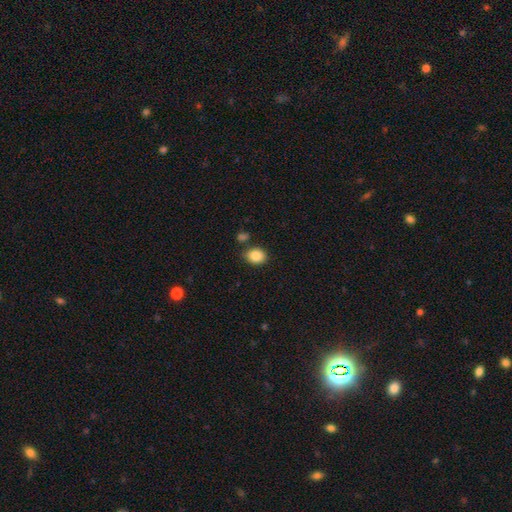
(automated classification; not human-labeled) smooth 87%, star or artifact 9%, featured or disk 4%. Down the decision tree: how rounded — round (50%); merging — none (77%).